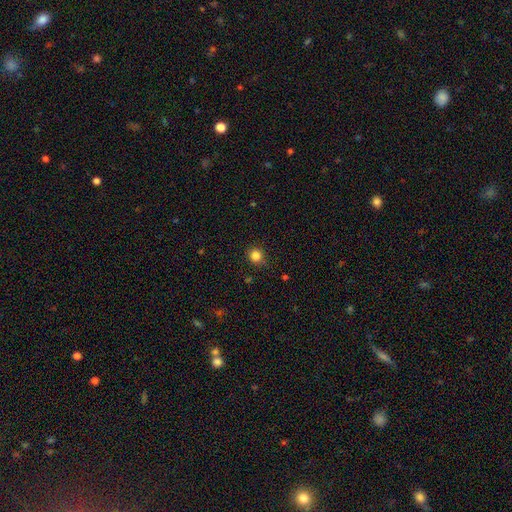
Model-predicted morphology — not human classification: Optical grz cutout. It shows a smooth galaxy with no disk features (84%) that is round (91%). Merging: none (87%).